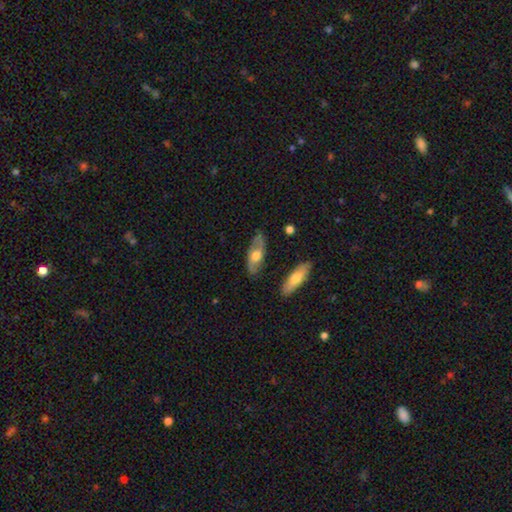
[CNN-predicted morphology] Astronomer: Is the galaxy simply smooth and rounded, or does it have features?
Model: featured or disk — 52% (runner-up: smooth, 43%).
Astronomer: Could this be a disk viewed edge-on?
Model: no — 74%.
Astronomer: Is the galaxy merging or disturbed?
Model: none — 78%.